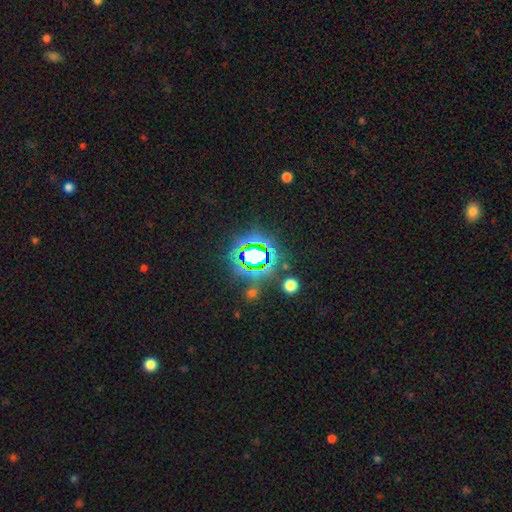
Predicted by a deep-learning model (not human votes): smooth-or-featured: star or artifact: 69% | smooth: 21% | featured or disk: 11%